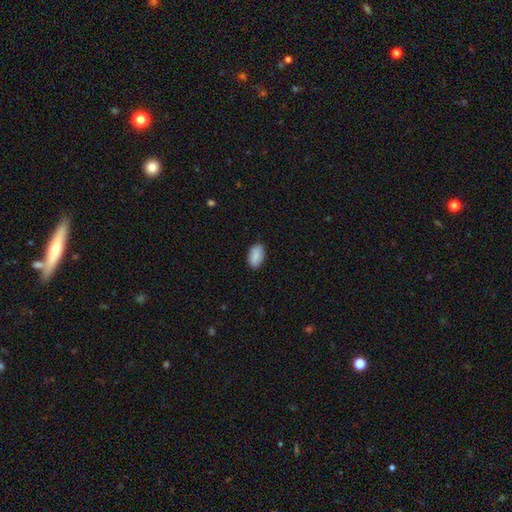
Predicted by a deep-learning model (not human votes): Morphology: type=smooth (89%); roundness=in between (93%); merging=none (85%).